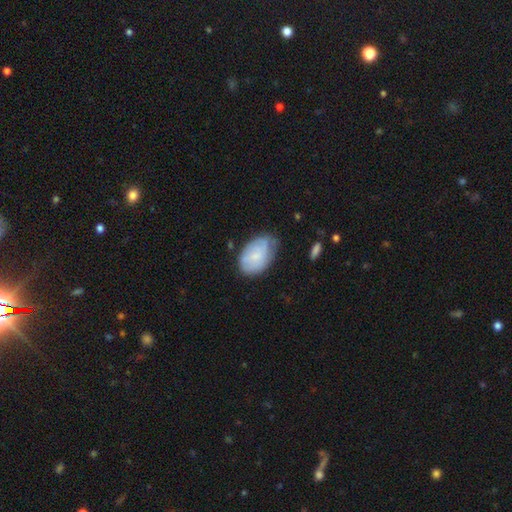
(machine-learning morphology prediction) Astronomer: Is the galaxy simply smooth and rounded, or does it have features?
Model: smooth — 65%.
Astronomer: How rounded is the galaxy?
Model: in between — 89%.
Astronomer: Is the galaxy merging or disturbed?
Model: none — 52% (runner-up: minor disturbance, 36%).